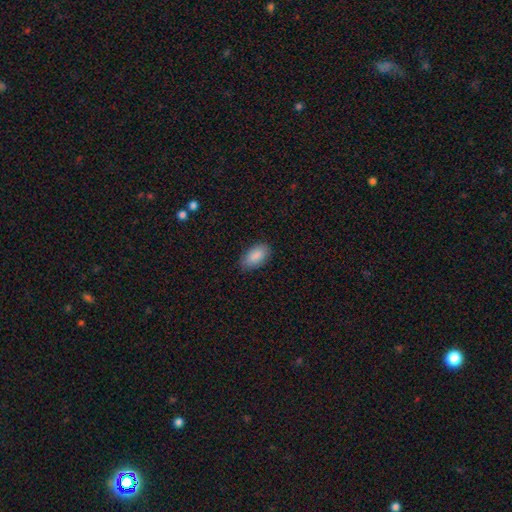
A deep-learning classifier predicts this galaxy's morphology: This is clearly a smooth galaxy (88%). How rounded: clearly in between (93%). Merging: clearly none (83%).